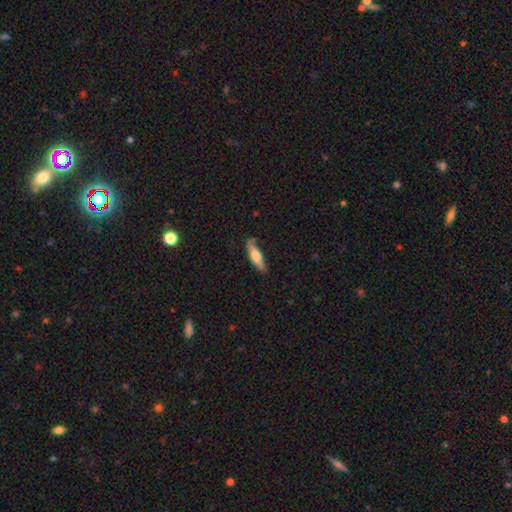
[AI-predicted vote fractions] Smooth or featured?
  - smooth: 55% *
  - featured or disk: 39%
  - star or artifact: 6%
How rounded?
  - cigar-shaped: 71% *
  - in between: 27%
  - round: 2%
Merging?
  - none: 71% *
  - minor disturbance: 21%
  - major disturbance: 5%
  - merger: 2%